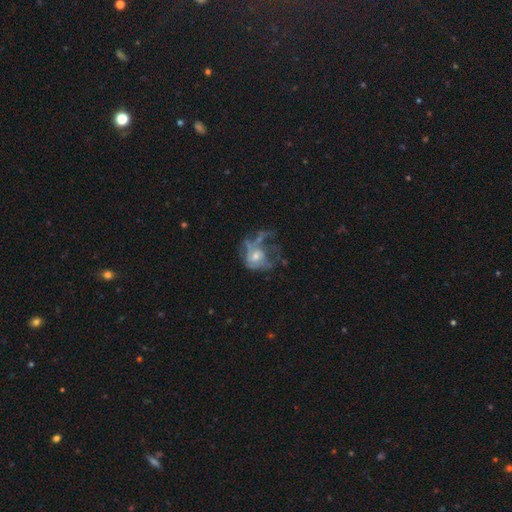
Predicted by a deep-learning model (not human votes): smooth-or-featured: featured or disk: 64% | smooth: 26% | star or artifact: 10%
  disk-edge-on: no: 97% | yes: 3%
    bar: no: 75% | weak: 22% | strong: 4%
    has-spiral-arms: yes: 52% | no: 48%
    bulge-size: moderate: 51% | small: 35% | large: 6% | none: 6% | dominant: 1%
  merging: major disturbance: 53% | none: 23% | minor disturbance: 16% | merger: 7%